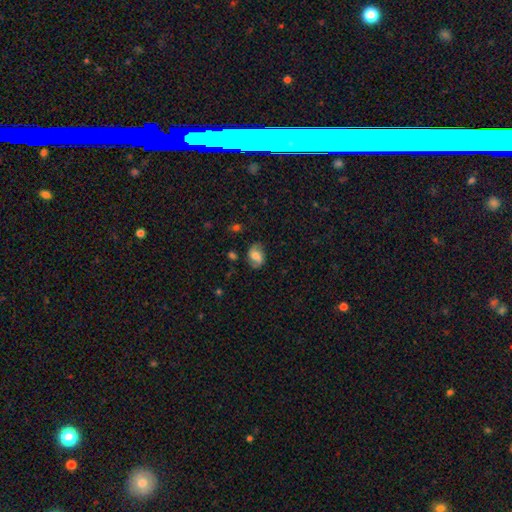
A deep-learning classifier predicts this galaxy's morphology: This appears to be a featured or disk galaxy (46%). Merging: none (68%).